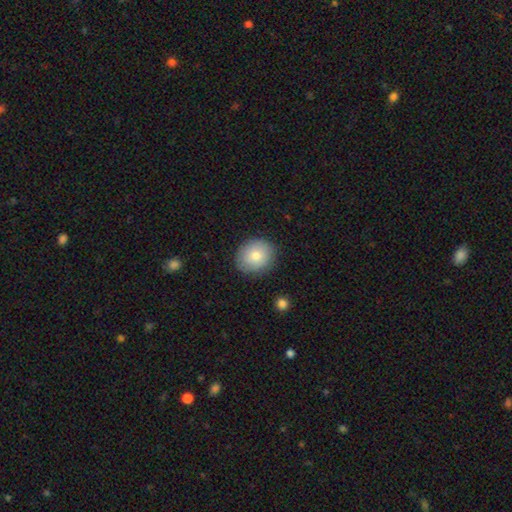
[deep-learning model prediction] Morphology: type=smooth (79%); roundness=round (73%); merging=none (86%).